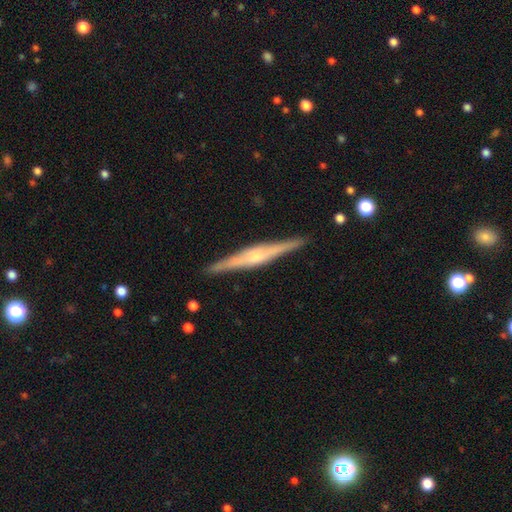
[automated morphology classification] This is likely a featured or disk galaxy (79%). It is clearly viewed edge-on (98%). Edge-on bulge: likely rounded (70%). Merging: clearly none (91%).